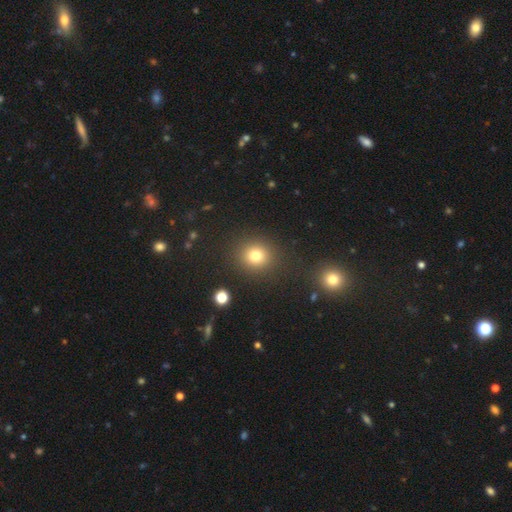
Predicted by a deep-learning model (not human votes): A smooth galaxy with no disk features (78%) that is round (85%). Merging: none (87%).